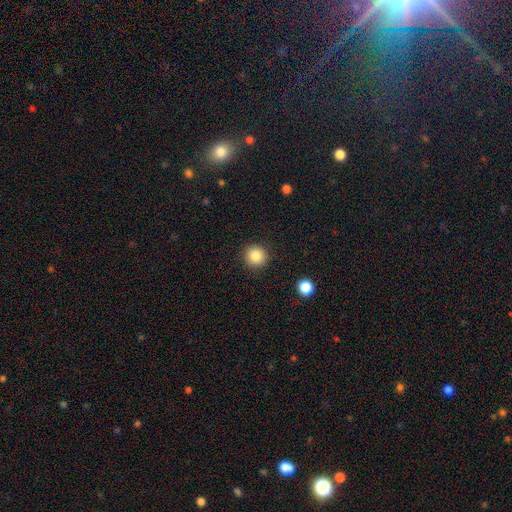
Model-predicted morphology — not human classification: smooth-or-featured: smooth: 85% | star or artifact: 10% | featured or disk: 5%
  how-rounded: round: 94% | in between: 5% | cigar-shaped: 1%
  merging: none: 91% | minor disturbance: 6% | major disturbance: 2% | merger: 1%